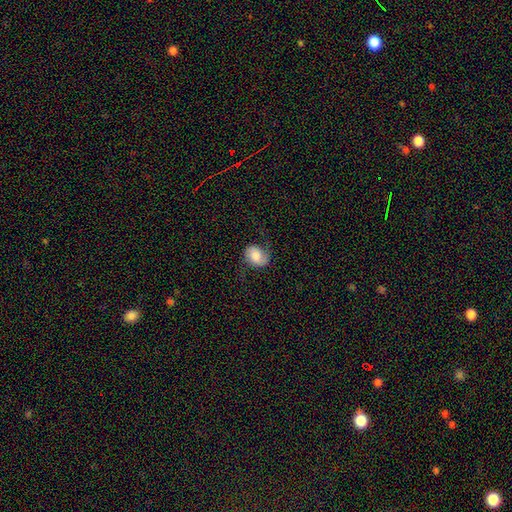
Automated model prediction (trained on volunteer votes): Smooth or featured? smooth (53%)
How rounded? in between (54%)
Merging? none (64%)